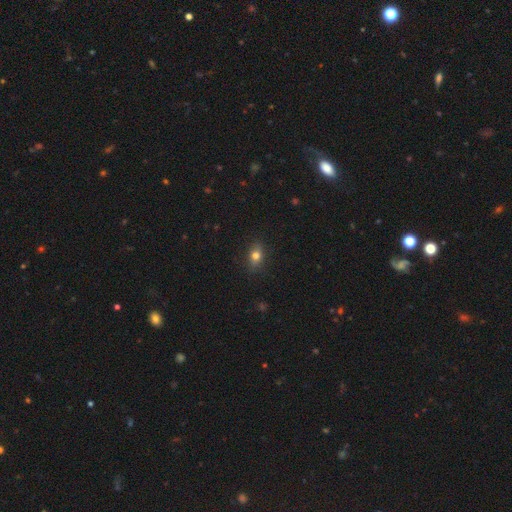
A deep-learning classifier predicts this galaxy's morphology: This appears to be a smooth galaxy with no disk features (75%) that is in between round and cigar-shaped (69%). Merging: none (85%).